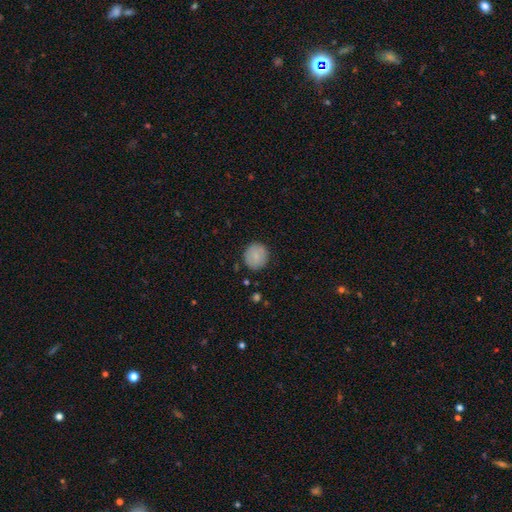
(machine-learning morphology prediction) Overall: smooth (82%). How rounded: round (89%). Merging: none (86%).